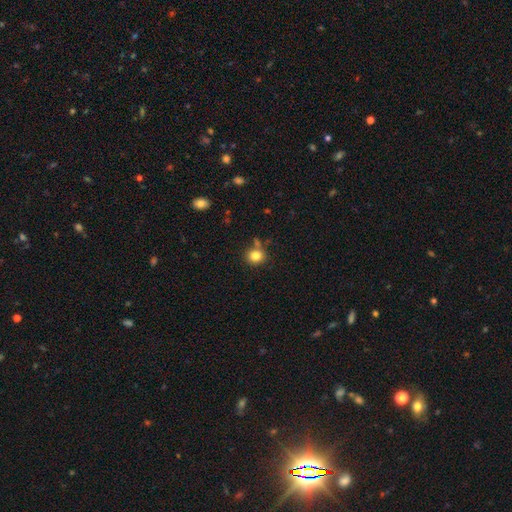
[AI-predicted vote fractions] This appears to be a smooth galaxy with no disk features (82%) that is round (80%). Merging: none (73%).